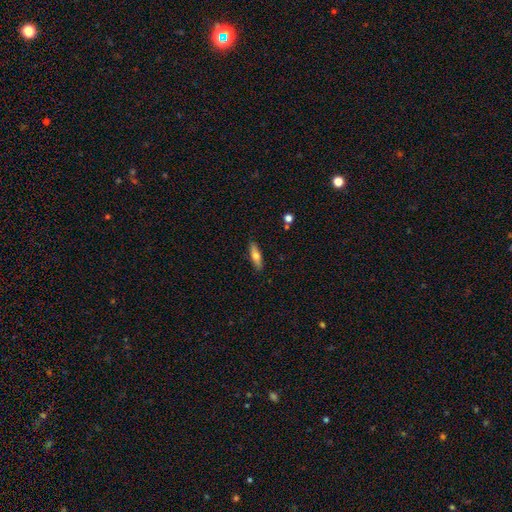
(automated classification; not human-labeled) Overall: smooth (64%; featured or disk 30%). How rounded: cigar-shaped (61%; in between 37%). Merging: none (88%).